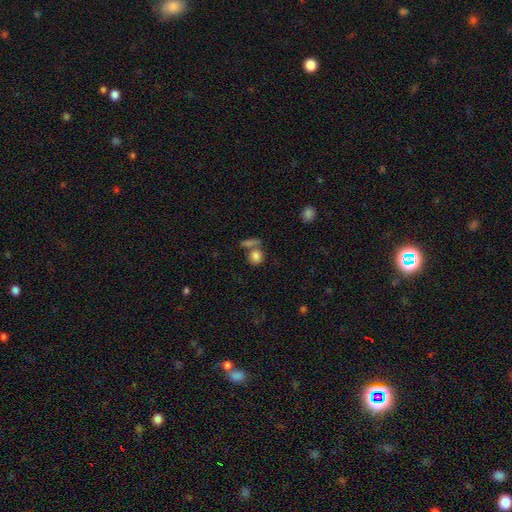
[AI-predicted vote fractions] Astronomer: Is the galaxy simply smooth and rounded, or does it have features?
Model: smooth — 81%.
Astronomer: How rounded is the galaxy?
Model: round — 72%.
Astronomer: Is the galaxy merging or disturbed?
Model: none — 54% (runner-up: merger, 30%).